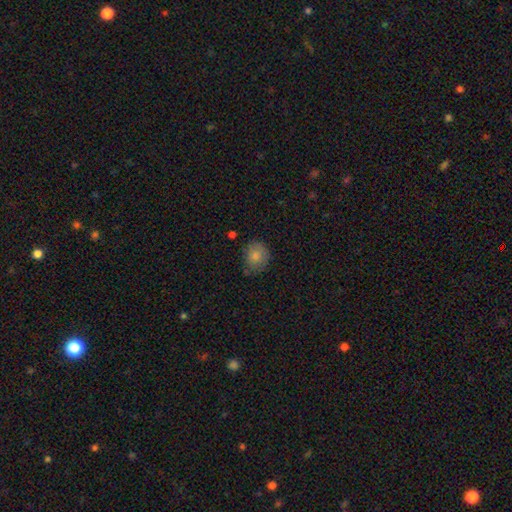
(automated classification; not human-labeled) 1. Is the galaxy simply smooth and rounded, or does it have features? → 83% smooth, 9% featured or disk, 9% star or artifact.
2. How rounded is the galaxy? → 65% round, 34% in between, 1% cigar-shaped.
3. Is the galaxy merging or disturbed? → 66% none, 25% minor disturbance, 6% major disturbance, 3% merger.